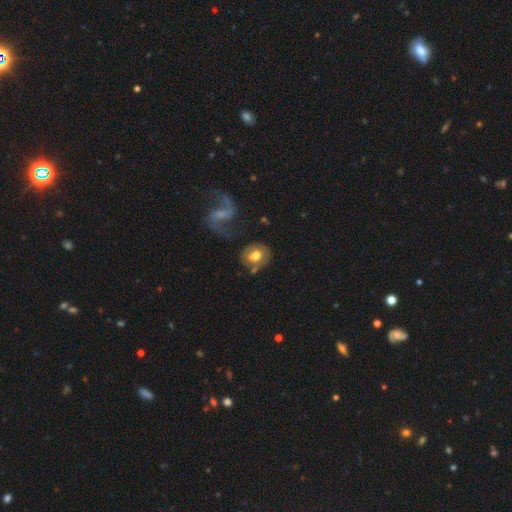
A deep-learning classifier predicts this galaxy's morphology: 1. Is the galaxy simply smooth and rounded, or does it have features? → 60% smooth, 33% featured or disk, 7% star or artifact.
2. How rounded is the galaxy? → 66% round, 33% in between, 1% cigar-shaped.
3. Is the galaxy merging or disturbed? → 62% none, 18% minor disturbance, 12% merger, 8% major disturbance.